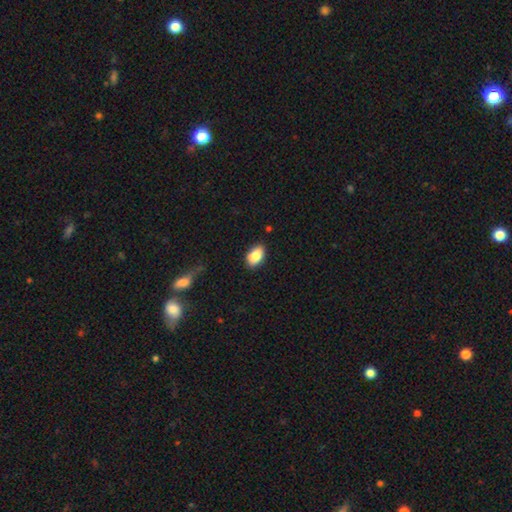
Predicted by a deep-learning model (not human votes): smooth 85%, featured or disk 8%, star or artifact 8%. Down the decision tree: how rounded — in between (90%); merging — none (85%).